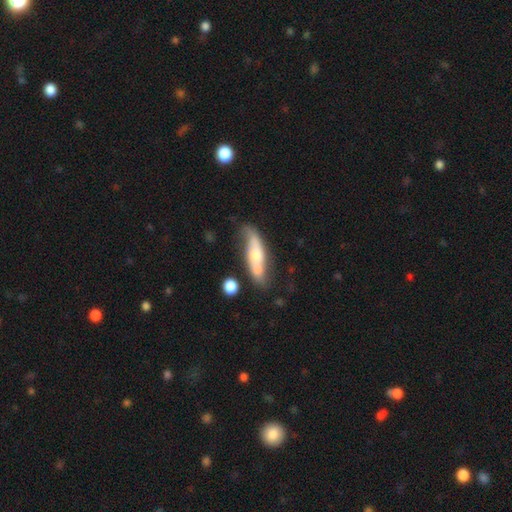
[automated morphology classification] Q: Smooth or featured?
A: featured or disk (52%); runner-up: smooth (41%)
Q: Edge-on disk?
A: no (59%); runner-up: yes (41%)
Q: Merging?
A: none (50%); runner-up: minor disturbance (23%)